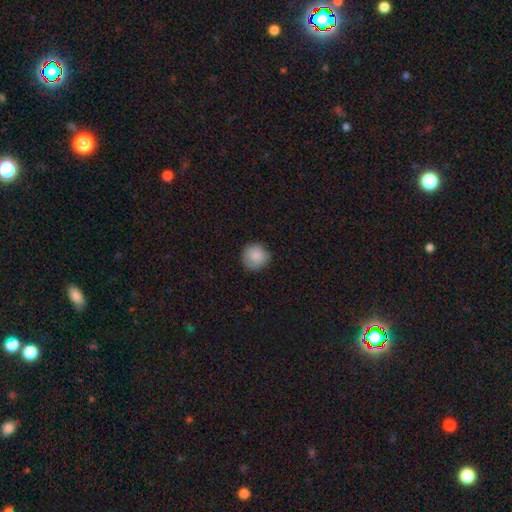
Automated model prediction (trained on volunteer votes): Morphology: type=smooth (85%); roundness=round (93%); merging=none (82%).